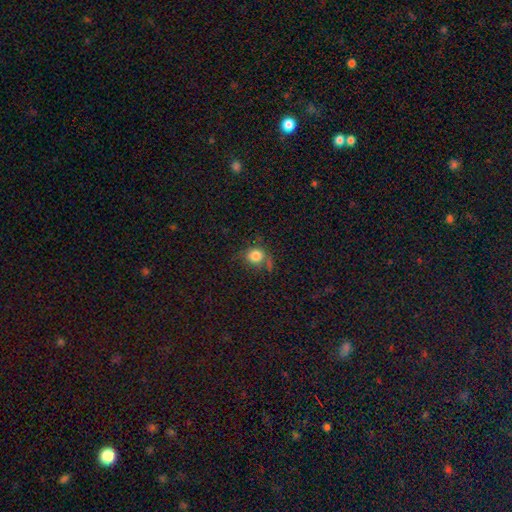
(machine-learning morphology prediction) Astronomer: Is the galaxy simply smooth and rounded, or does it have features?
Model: smooth — 80%.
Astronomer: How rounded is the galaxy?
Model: round — 74%.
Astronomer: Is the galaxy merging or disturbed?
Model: none — 57%.